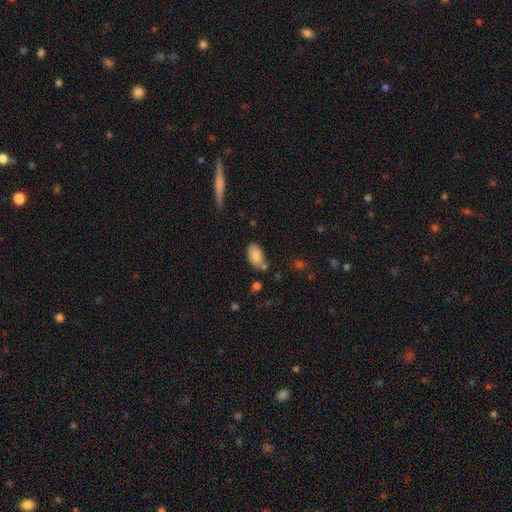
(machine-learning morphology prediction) smooth-or-featured: smooth: 83% | featured or disk: 9% | star or artifact: 8%
  how-rounded: in between: 94% | round: 4% | cigar-shaped: 2%
  merging: none: 66% | minor disturbance: 20% | merger: 10% | major disturbance: 4%